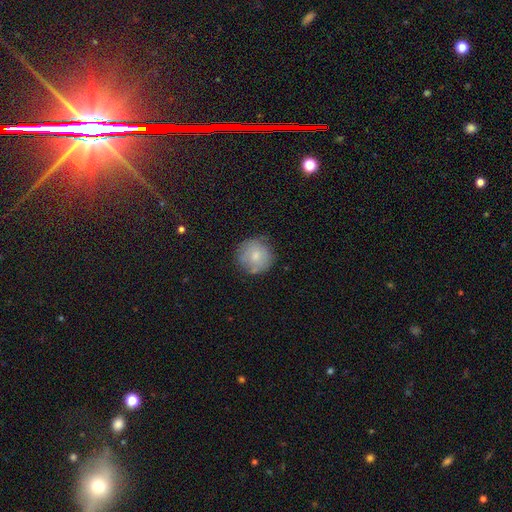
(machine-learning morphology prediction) Overall: smooth (73%). How rounded: round (94%). Merging: none (77%).